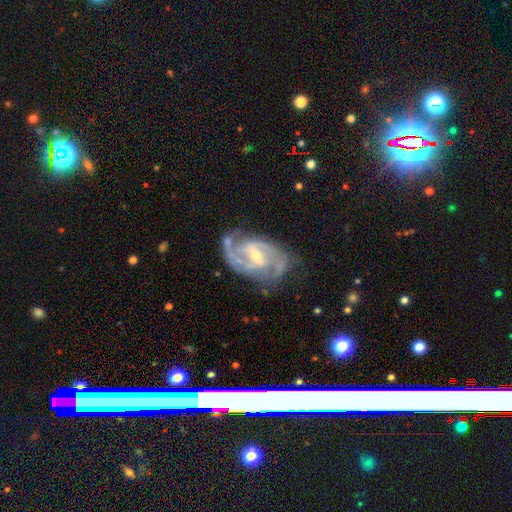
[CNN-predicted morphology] Smooth or featured? Predicted: featured or disk (p=0.91). Edge-on disk? Predicted: no (p=0.97). Bar? Predicted: weak (p=0.50). Spiral arms? Predicted: yes (p=0.97). Spiral winding? Predicted: medium (p=0.53). Spiral arm count? Predicted: 2 (p=0.75). Bulge size? Predicted: small (p=0.63). Merging? Predicted: none (p=0.67).